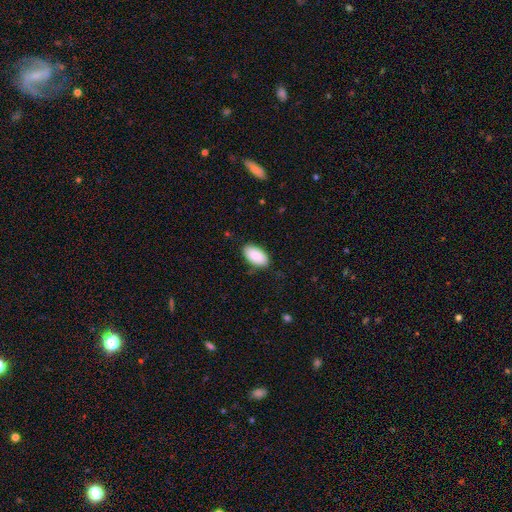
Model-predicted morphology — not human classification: smooth_or_featured: smooth (p=0.90) [alt: star or artifact p=0.06]
how_rounded: in between (p=0.95) [alt: round p=0.03]
merging: none (p=0.83) [alt: minor disturbance p=0.13]